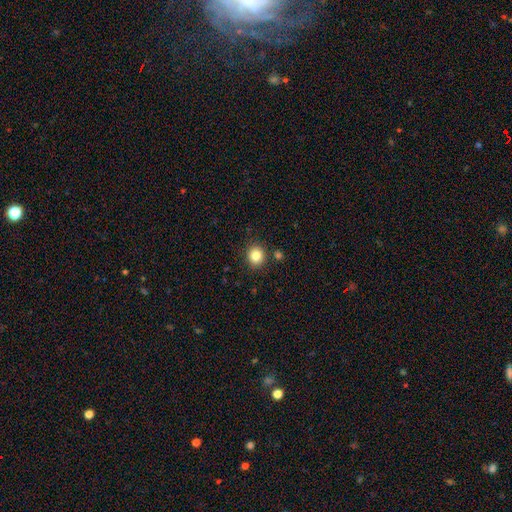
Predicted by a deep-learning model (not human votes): This is clearly a smooth galaxy (84%). How rounded: clearly round (81%). Merging: clearly none (87%).